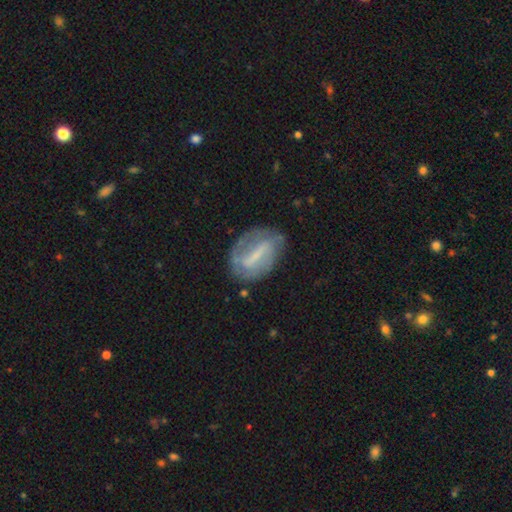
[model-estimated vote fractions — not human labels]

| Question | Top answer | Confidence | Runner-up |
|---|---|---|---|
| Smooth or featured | featured or disk | 69% | smooth (23%) |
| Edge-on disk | no | 93% | yes (7%) |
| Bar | strong | 62% | weak (29%) |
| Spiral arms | yes | 68% | no (32%) |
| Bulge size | none | 37% | tied: small (37%) |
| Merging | none | 64% | minor disturbance (23%) |